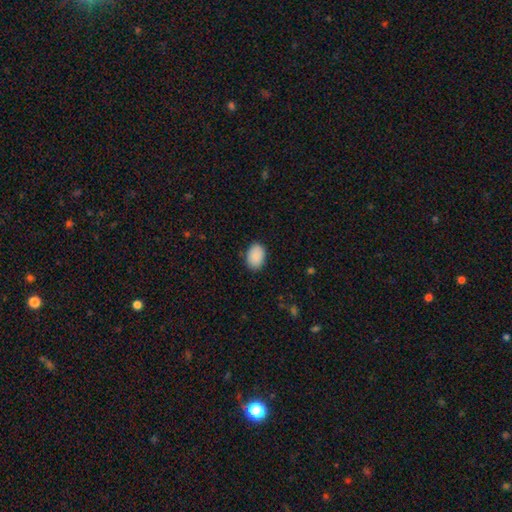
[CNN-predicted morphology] Smooth or featured?
  - smooth: 91% *
  - star or artifact: 7%
  - featured or disk: 3%
How rounded?
  - in between: 85% *
  - round: 14%
  - cigar-shaped: 1%
Merging?
  - none: 87% *
  - minor disturbance: 10%
  - major disturbance: 2%
  - merger: 1%